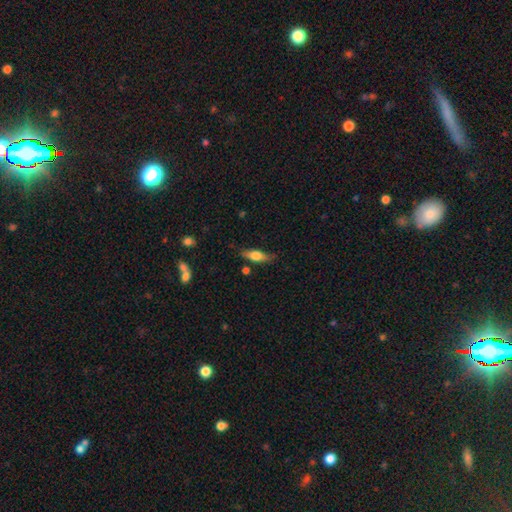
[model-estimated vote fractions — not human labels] Overall: smooth (58%; featured or disk 35%). How rounded: in between (55%; cigar-shaped 41%). Merging: none (75%).